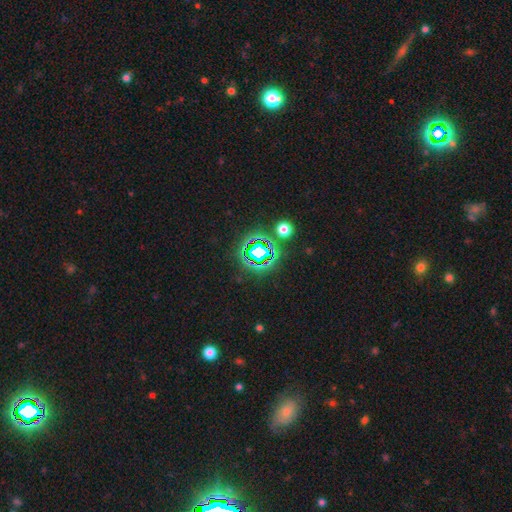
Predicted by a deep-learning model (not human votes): Smooth or featured: star or artifact — 78% (smooth — 15%)